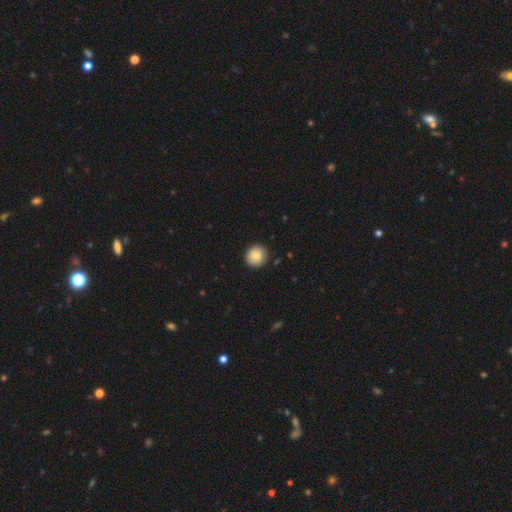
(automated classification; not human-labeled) This is clearly a smooth galaxy (84%). How rounded: clearly round (92%). Merging: clearly none (90%).